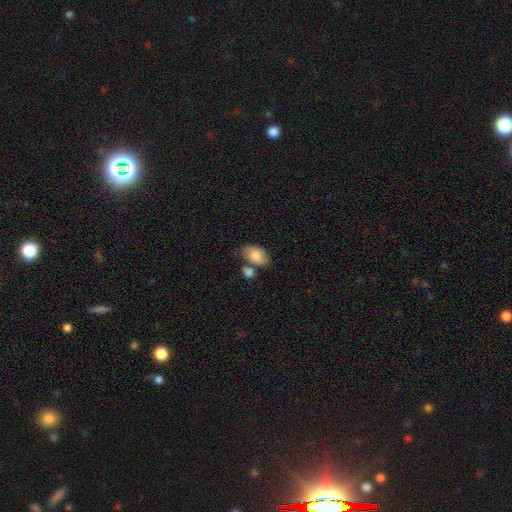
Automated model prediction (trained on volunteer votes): A smooth galaxy with no disk features (83%) that is in between round and cigar-shaped (92%). Merging: none (52%).